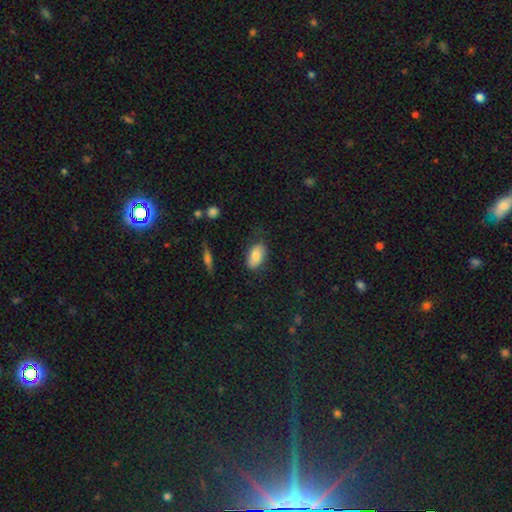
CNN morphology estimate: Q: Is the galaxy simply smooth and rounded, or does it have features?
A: smooth — 79%.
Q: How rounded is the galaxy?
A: in between — 92%.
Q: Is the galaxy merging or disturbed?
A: none — 75%.